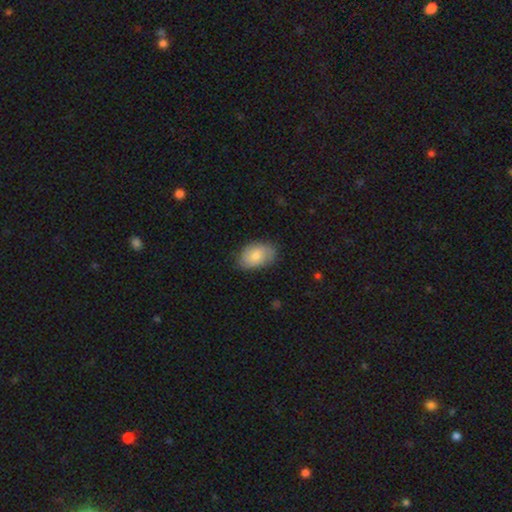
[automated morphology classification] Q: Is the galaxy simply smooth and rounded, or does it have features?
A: smooth — 75%.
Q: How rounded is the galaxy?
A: in between — 89%.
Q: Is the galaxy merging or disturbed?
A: none — 75%.